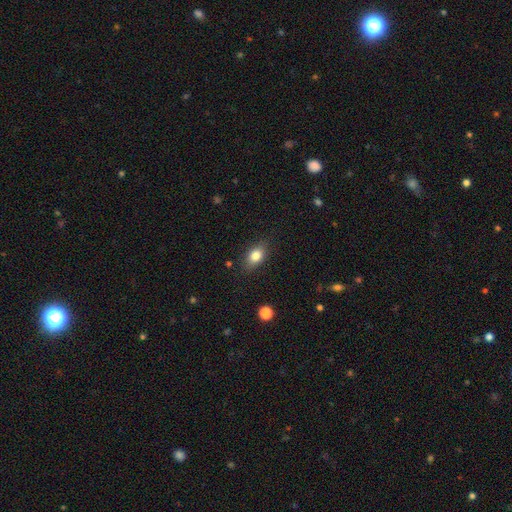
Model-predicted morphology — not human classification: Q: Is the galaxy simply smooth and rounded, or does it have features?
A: smooth — 80%.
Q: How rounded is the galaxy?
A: in between — 80%.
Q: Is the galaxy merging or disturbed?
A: none — 83%.